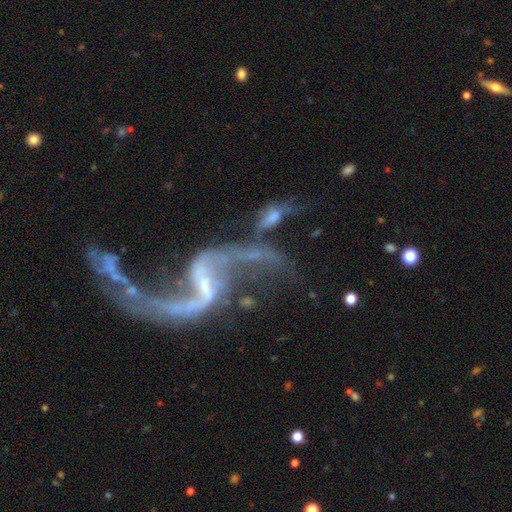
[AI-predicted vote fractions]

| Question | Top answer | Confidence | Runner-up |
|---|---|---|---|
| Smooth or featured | featured or disk | 90% | star or artifact (6%) |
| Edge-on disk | no | 96% | yes (4%) |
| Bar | weak | 44% | strong (32%) |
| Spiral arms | yes | 93% | no (7%) |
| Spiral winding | loose | 92% | medium (6%) |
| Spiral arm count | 2 | 92% | 1 (3%) |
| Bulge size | small | 62% | none (23%) |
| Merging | none | 37% | merger (27%) |